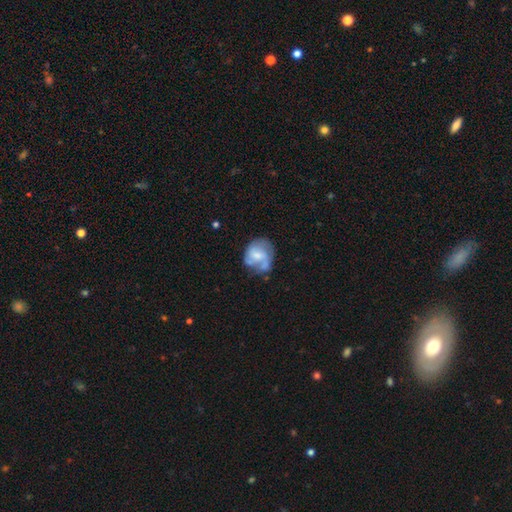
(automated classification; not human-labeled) Overall: featured or disk (56%; smooth 37%). Edge-on disk: no (98%). Bar: no (52%; weak 39%). Spiral arms: yes (67%; no 33%). Bulge size: moderate (41%; small 34%). Merging: none (45%; minor disturbance 27%).